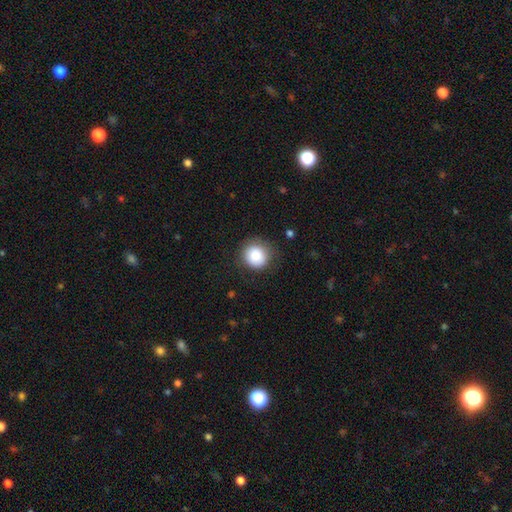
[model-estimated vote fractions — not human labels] A smooth galaxy with no disk features (85%) that is round (89%).

Vote fractions:
- Smooth or featured? smooth: 85% / star or artifact: 9% / featured or disk: 7%
- How rounded? round: 89% / in between: 10% / cigar-shaped: 1%
- Merging? none: 80% / minor disturbance: 14% / major disturbance: 5% / merger: 1%